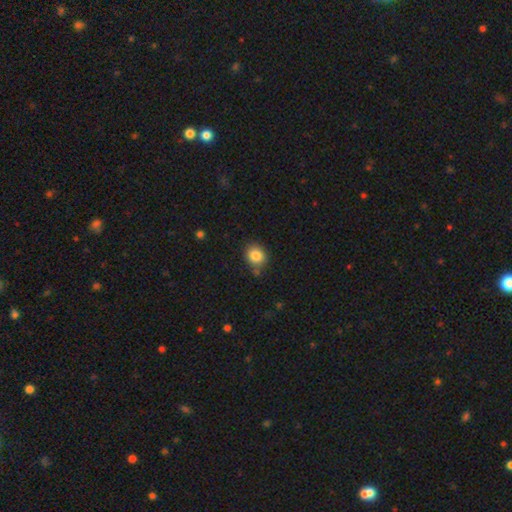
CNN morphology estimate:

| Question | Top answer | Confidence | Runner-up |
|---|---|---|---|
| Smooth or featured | smooth | 84% | star or artifact (10%) |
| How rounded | round | 74% | in between (25%) |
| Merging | none | 75% | minor disturbance (16%) |